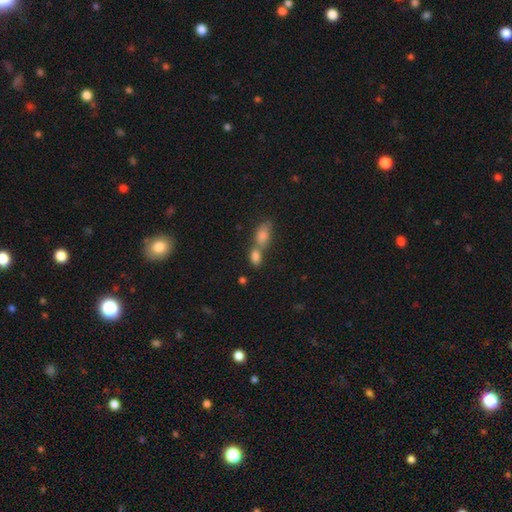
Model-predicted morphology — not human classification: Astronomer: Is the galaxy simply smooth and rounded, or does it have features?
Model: smooth — 82%.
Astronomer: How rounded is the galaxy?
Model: in between — 81%.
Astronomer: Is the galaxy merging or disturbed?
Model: merger — 58%.